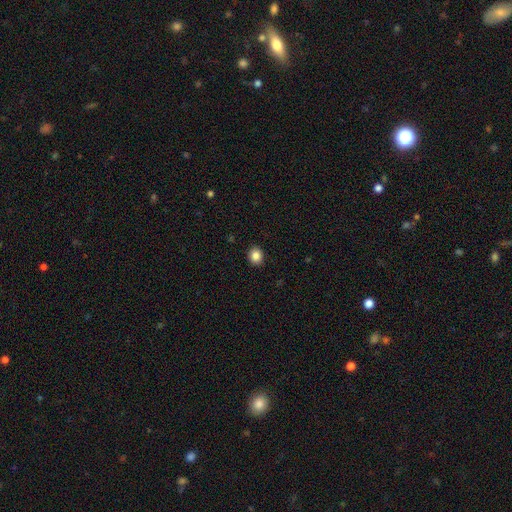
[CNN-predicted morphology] type=smooth (86%); roundness=round (74%); merging=none (92%).